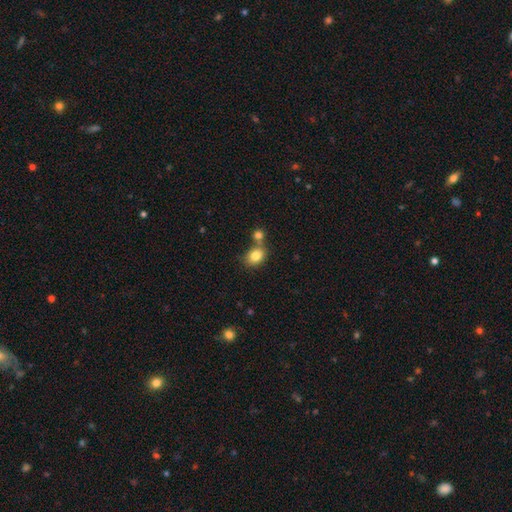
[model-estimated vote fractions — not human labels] A smooth galaxy with no disk features (82%) that is in between round and cigar-shaped (53%). Merging: none (50%).